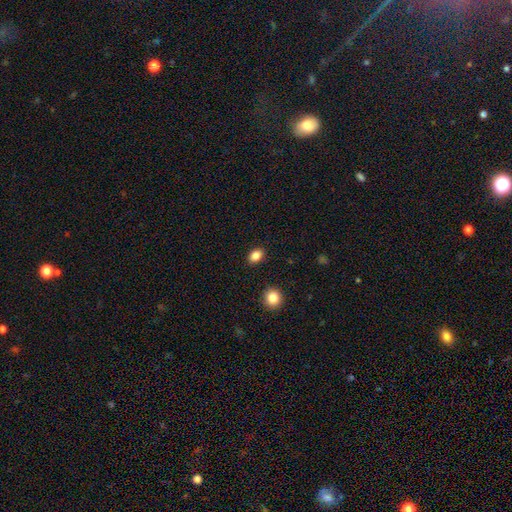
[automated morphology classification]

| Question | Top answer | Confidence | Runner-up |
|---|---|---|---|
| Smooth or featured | smooth | 86% | star or artifact (10%) |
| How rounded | in between | 72% | round (27%) |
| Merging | none | 88% | minor disturbance (8%) |